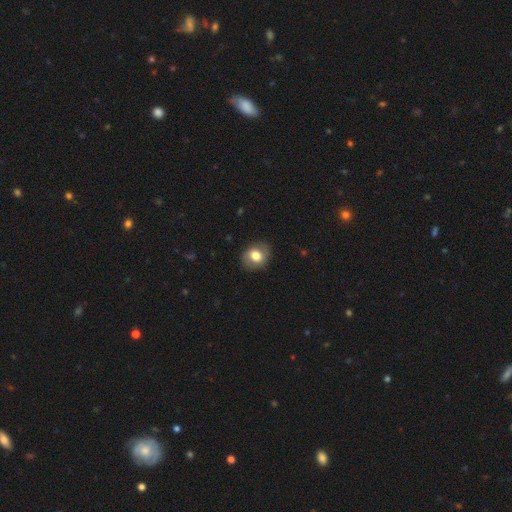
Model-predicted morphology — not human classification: smooth 70%, featured or disk 22%, star or artifact 8%. Down the decision tree: how rounded — round (56%); merging — none (82%).